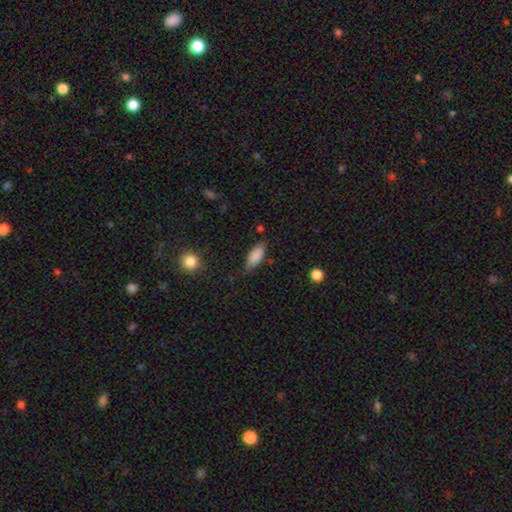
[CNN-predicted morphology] Q: Smooth or featured?
A: smooth (86%); runner-up: star or artifact (7%)
Q: How rounded?
A: in between (82%); runner-up: cigar-shaped (16%)
Q: Merging?
A: none (68%); runner-up: minor disturbance (24%)